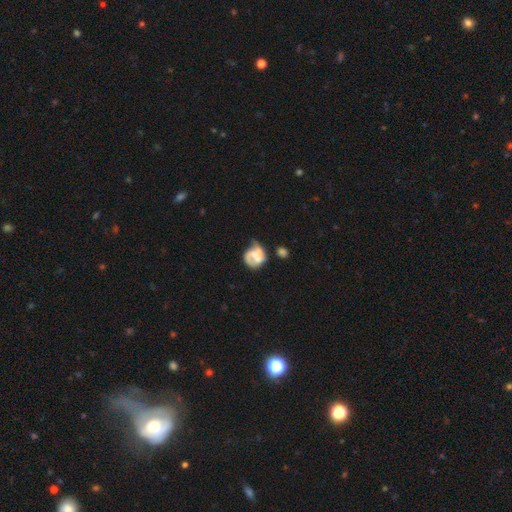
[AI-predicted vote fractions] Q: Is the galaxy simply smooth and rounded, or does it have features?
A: featured or disk — 60%.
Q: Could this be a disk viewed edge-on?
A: no — 97%.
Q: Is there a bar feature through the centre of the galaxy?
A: no — 44%.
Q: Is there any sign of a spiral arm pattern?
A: yes — 77%.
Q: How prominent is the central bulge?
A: moderate — 41%.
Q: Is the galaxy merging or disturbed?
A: none — 42%.